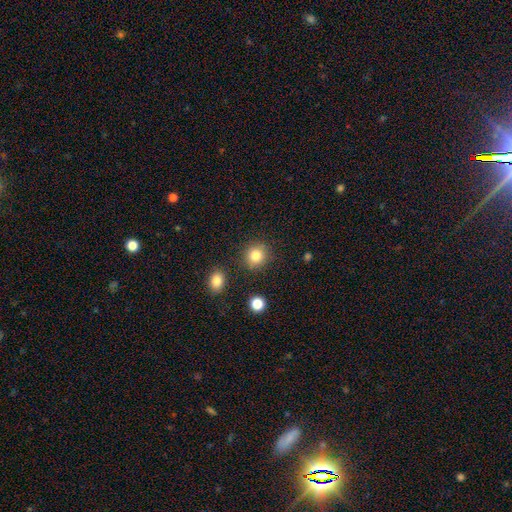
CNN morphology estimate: This appears to be a smooth galaxy with no disk features (82%) that is round (87%). Merging: none (86%).